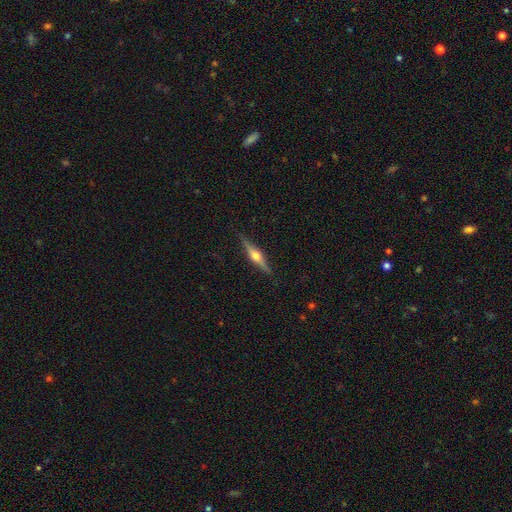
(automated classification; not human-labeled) Smooth or featured? featured or disk (77%)
Edge-on disk? yes (98%)
Edge-on bulge? rounded (95%)
Merging? none (89%)